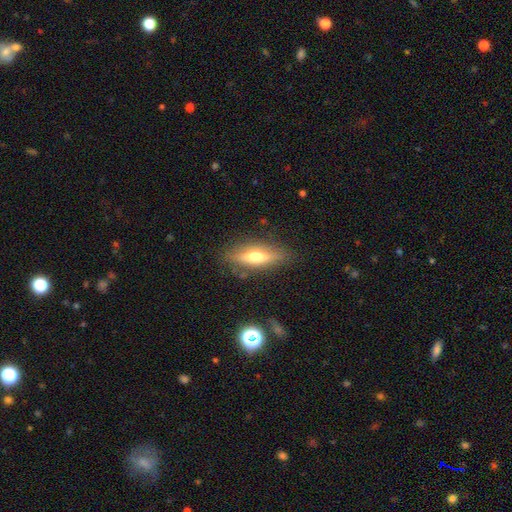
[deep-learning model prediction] Q: Smooth or featured?
A: smooth (51%); runner-up: featured or disk (41%)
Q: How rounded?
A: cigar-shaped (53%); runner-up: in between (44%)
Q: Merging?
A: none (82%); runner-up: minor disturbance (13%)